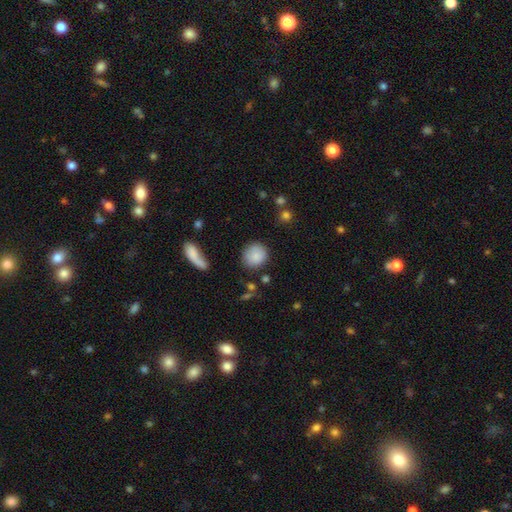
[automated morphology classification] type=smooth (83%); roundness=round (85%); merging=none (75%).